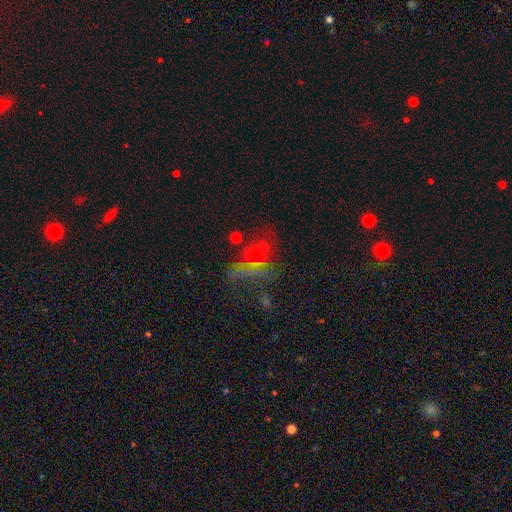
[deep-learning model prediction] A smooth galaxy with no disk features (45%). Merging: none (65%).